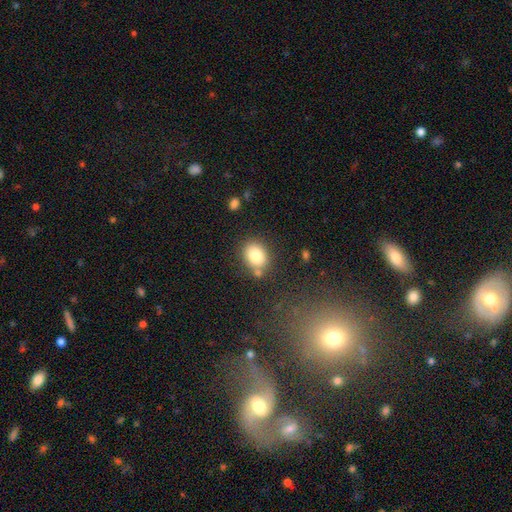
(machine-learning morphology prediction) A smooth galaxy with no disk features (82%) that is in between round and cigar-shaped (59%). Merging: none (70%).